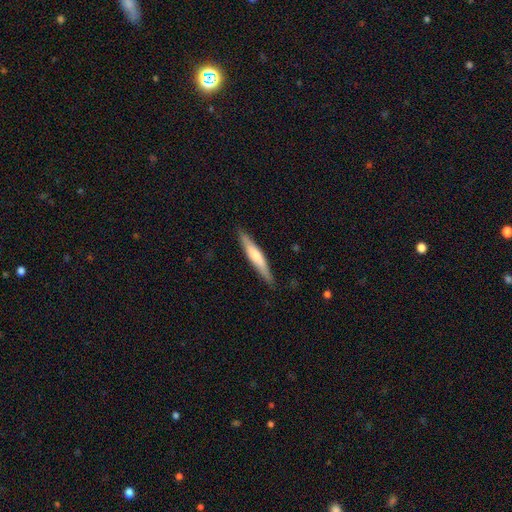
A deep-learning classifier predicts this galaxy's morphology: Smooth or featured? smooth (56%)
How rounded? cigar-shaped (92%)
Merging? none (88%)